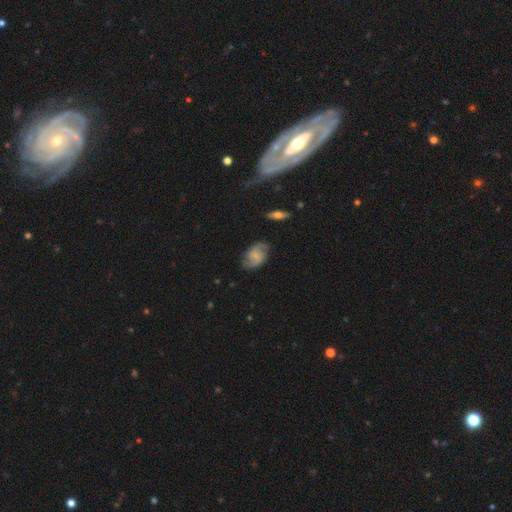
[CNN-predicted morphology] smooth-or-featured: featured or disk: 64% | smooth: 29% | star or artifact: 7%
  disk-edge-on: no: 96% | yes: 4%
    bar: weak: 49% | no: 38% | strong: 13%
    has-spiral-arms: yes: 92% | no: 8%
      spiral-winding: medium: 46% | loose: 35% | tight: 20%
      spiral-arm-count: 2: 87% | can't tell: 7% | 3: 2% | 1: 2% | 4: 1% | more than 4: 1%
    bulge-size: none: 41% | small: 38% | moderate: 17% | large: 3% | dominant: 1%
  merging: none: 77% | minor disturbance: 17% | major disturbance: 5% | merger: 2%